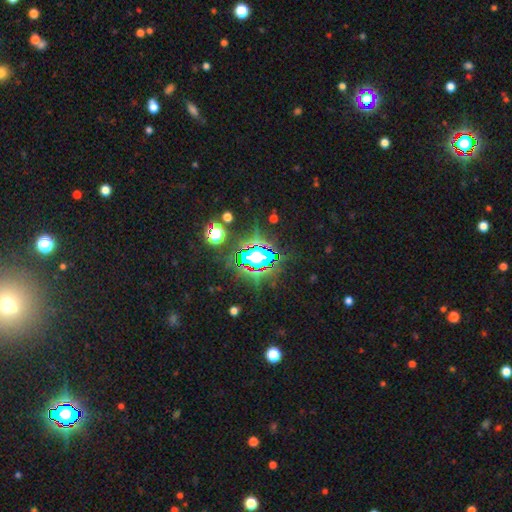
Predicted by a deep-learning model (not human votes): Smooth or featured? star or artifact (72%)